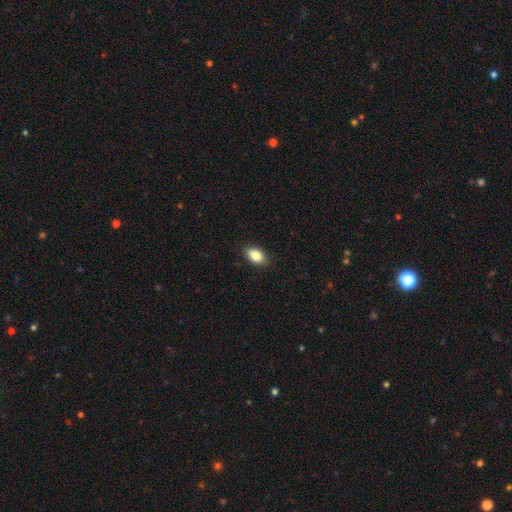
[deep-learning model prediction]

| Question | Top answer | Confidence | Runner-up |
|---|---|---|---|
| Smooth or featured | smooth | 84% | featured or disk (8%) |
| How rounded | in between | 88% | round (10%) |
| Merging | none | 88% | minor disturbance (9%) |